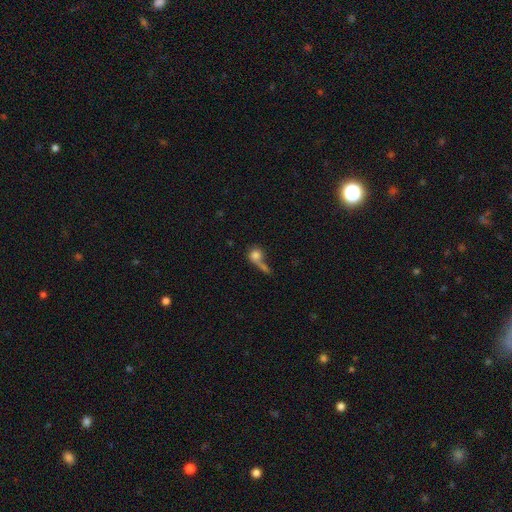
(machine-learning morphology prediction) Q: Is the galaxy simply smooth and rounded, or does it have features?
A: smooth — 69%.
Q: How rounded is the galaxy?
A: round — 67%.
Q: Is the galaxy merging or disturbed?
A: merger — 30%, tied with none.